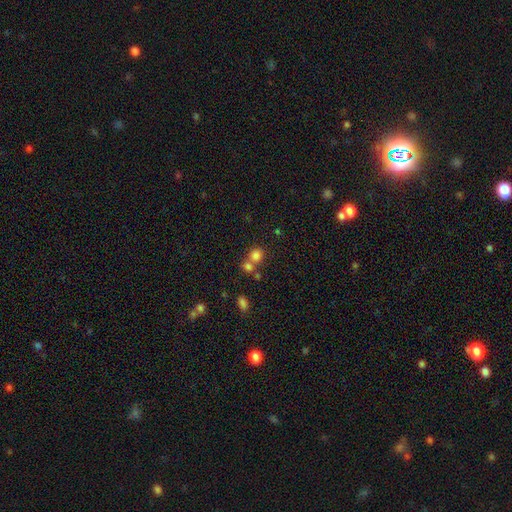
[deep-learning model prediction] The model was most divided on "merging": none: 47%, merger: 43%, minor disturbance: 7%, major disturbance: 4%. More confident: how rounded — round (82%); smooth or featured — smooth (78%).